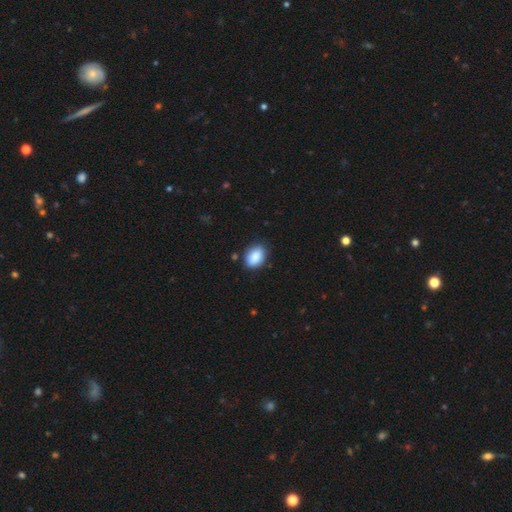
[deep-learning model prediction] A smooth galaxy with no disk features (88%) that is in between round and cigar-shaped (81%).

Vote fractions:
- Smooth or featured? smooth: 88% / star or artifact: 7% / featured or disk: 5%
- How rounded? in between: 81% / round: 17% / cigar-shaped: 1%
- Merging? none: 81% / minor disturbance: 14% / major disturbance: 3% / merger: 2%